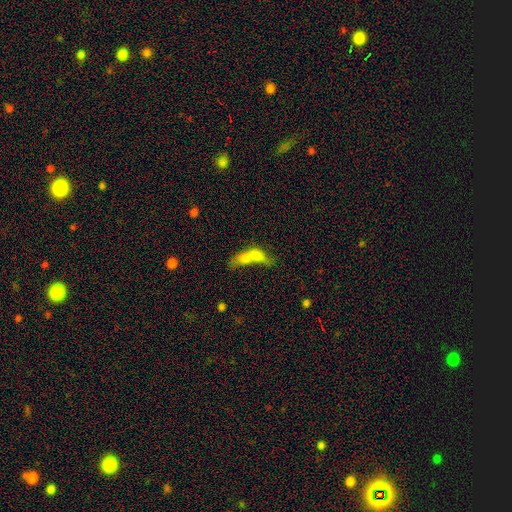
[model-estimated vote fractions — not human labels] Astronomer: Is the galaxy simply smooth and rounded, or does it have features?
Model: smooth — 64%.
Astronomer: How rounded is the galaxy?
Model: in between — 70%.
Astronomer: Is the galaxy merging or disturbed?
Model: merger — 71%.